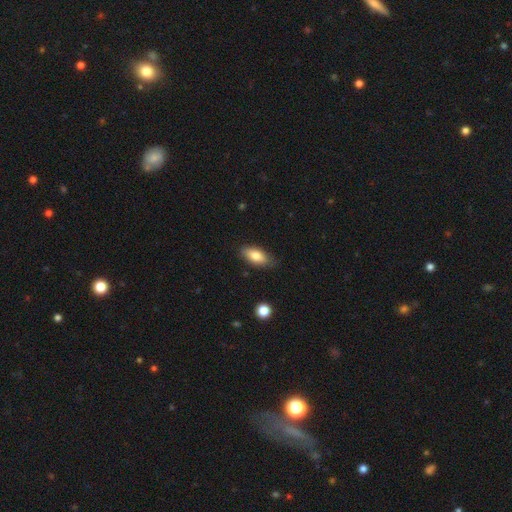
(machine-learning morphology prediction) This appears to be a smooth galaxy with no disk features (80%) that is in between round and cigar-shaped (87%). Merging: none (81%).